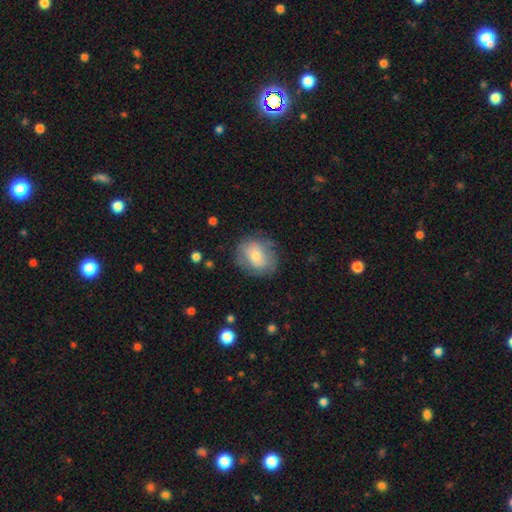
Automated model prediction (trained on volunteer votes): A smooth galaxy with no disk features (66%) that is round (54%).

Vote fractions:
- Smooth or featured? smooth: 66% / featured or disk: 26% / star or artifact: 7%
- How rounded? round: 54% / in between: 45% / cigar-shaped: 1%
- Merging? none: 72% / minor disturbance: 19% / major disturbance: 7% / merger: 1%